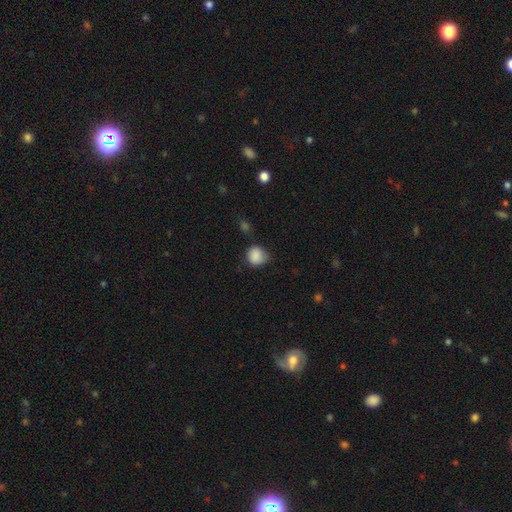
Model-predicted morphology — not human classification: This is clearly a smooth galaxy (87%). How rounded: clearly round (80%). Merging: likely none (62%).